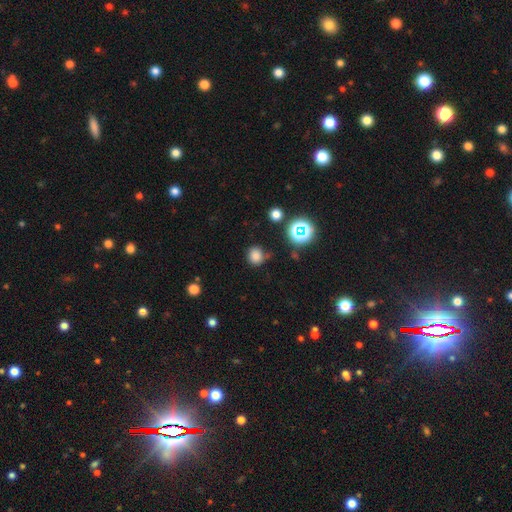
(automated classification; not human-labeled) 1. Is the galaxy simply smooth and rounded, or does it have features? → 77% smooth, 18% star or artifact, 6% featured or disk.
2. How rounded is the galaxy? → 84% round, 15% in between, 1% cigar-shaped.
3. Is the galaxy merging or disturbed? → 70% none, 20% minor disturbance, 6% major disturbance, 4% merger.